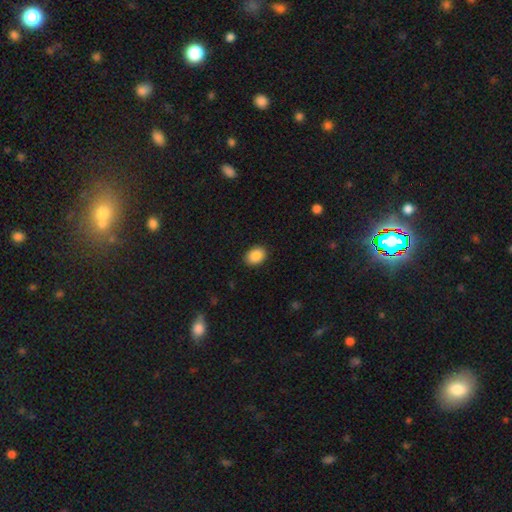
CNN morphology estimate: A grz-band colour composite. It shows a smooth galaxy with no disk features (90%) that is in between round and cigar-shaped (70%). Merging: none (88%).